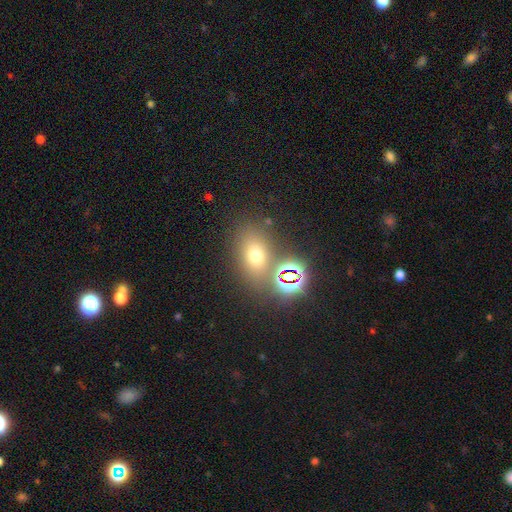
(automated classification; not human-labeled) smooth-or-featured: smooth: 60% | star or artifact: 27% | featured or disk: 13%
  how-rounded: in between: 63% | round: 34% | cigar-shaped: 2%
  merging: none: 71% | merger: 12% | minor disturbance: 11% | major disturbance: 5%